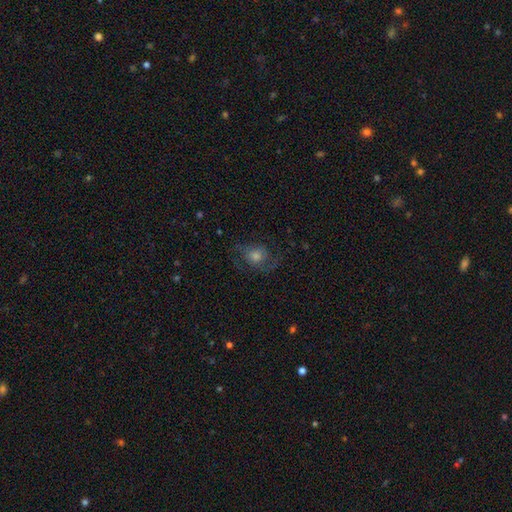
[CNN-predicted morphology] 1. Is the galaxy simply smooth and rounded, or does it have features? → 62% featured or disk, 23% smooth, 15% star or artifact.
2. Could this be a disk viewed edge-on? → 96% no, 4% yes.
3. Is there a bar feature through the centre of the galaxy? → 74% no, 22% weak, 4% strong.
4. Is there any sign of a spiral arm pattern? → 89% yes, 11% no.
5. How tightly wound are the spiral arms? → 48% medium, 34% loose, 19% tight.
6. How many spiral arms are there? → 74% 2, 12% can't tell, 6% 1, 5% 3, 2% 4, 2% more than 4.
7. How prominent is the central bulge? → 50% moderate, 28% small, 15% large, 4% none, 3% dominant.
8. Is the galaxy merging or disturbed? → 67% none, 17% minor disturbance, 15% major disturbance, 1% merger.